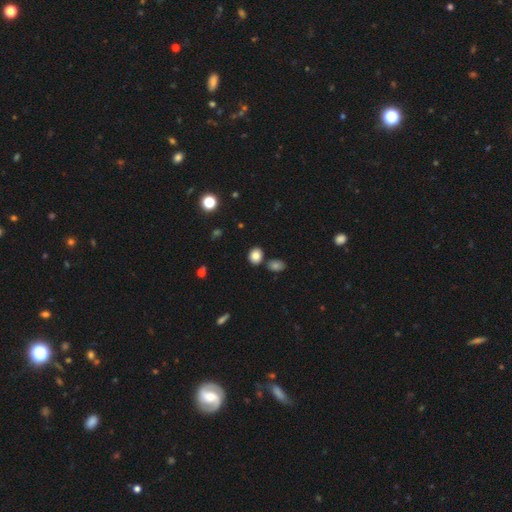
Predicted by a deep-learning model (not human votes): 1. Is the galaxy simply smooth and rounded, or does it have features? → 83% smooth, 11% star or artifact, 6% featured or disk.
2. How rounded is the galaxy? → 60% round, 39% in between, 1% cigar-shaped.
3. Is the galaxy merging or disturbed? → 78% none, 10% merger, 9% minor disturbance, 3% major disturbance.